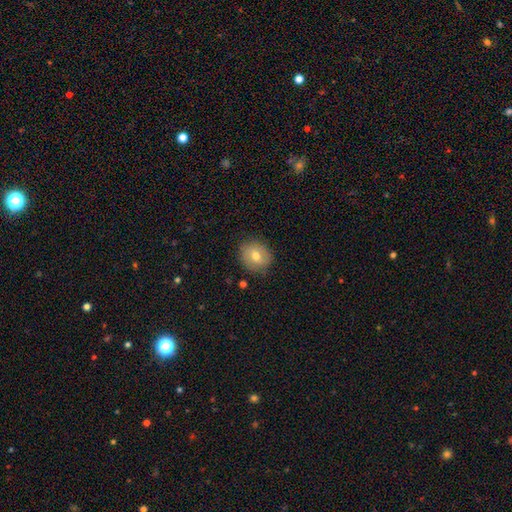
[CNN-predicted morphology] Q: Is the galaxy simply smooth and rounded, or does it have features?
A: smooth — 72%.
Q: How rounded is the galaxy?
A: round — 80%.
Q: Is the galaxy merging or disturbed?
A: none — 83%.